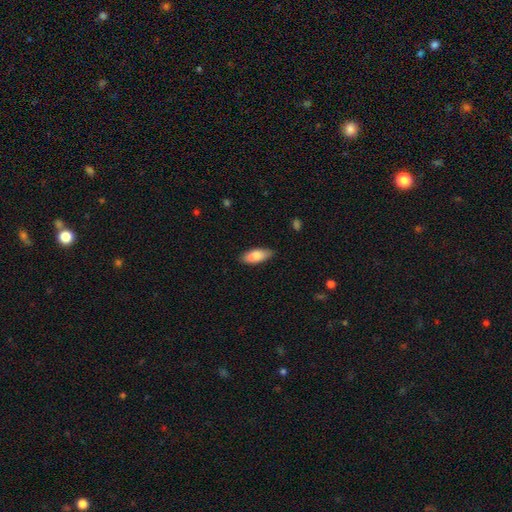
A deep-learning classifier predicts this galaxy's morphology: This is clearly a smooth galaxy (85%). How rounded: clearly in between (82%). Merging: clearly none (80%).